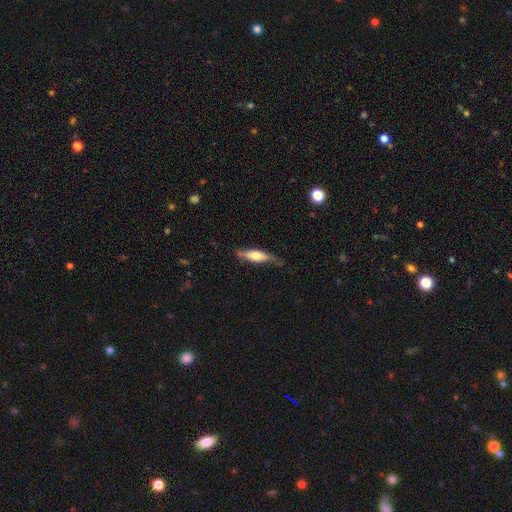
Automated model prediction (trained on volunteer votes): Smooth or featured?
  - smooth: 51% *
  - featured or disk: 43%
  - star or artifact: 6%
How rounded?
  - cigar-shaped: 62% *
  - in between: 36%
  - round: 2%
Merging?
  - none: 70% *
  - minor disturbance: 23%
  - major disturbance: 5%
  - merger: 2%